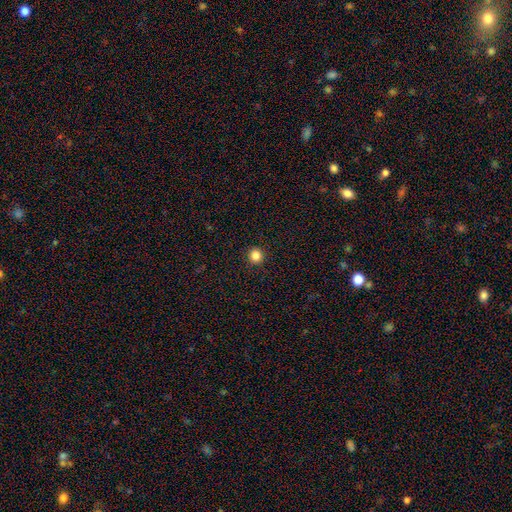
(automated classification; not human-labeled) This appears to be a smooth galaxy with no disk features (85%) that is round (94%). Merging: none (93%).